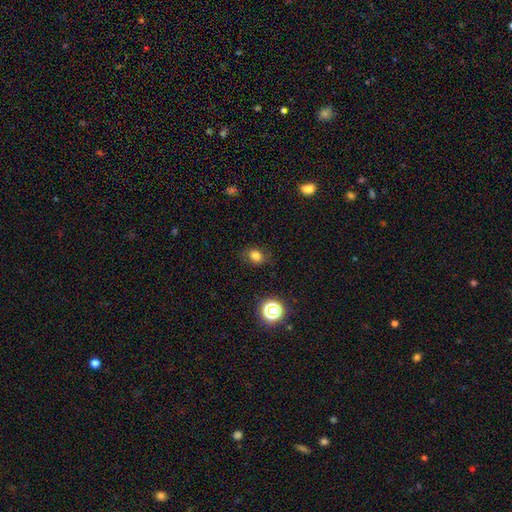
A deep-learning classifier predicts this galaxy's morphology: type=smooth (75%); roundness=in between (58%); merging=none (77%).